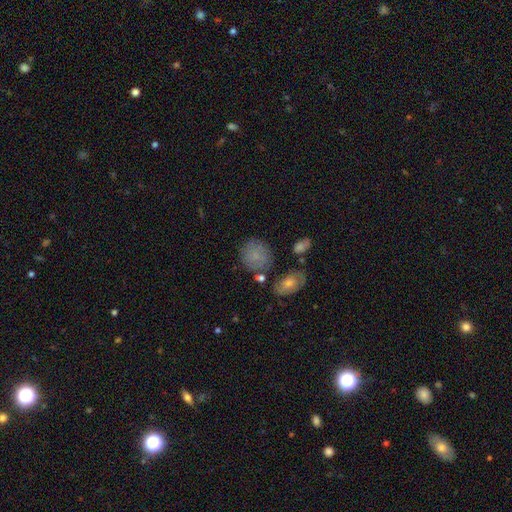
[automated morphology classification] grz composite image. It shows a smooth galaxy with no disk features (71%) that is round (72%). Merging: none (68%).